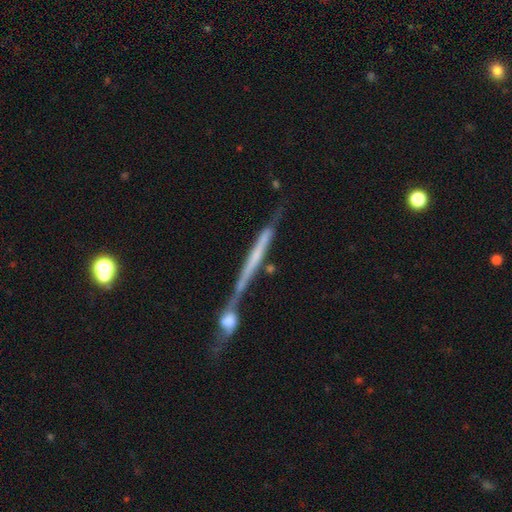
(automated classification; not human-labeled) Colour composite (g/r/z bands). It shows a featured or disk galaxy (66%) viewed edge-on (85%) with no central bulge (62%). Merging: merger (48%).